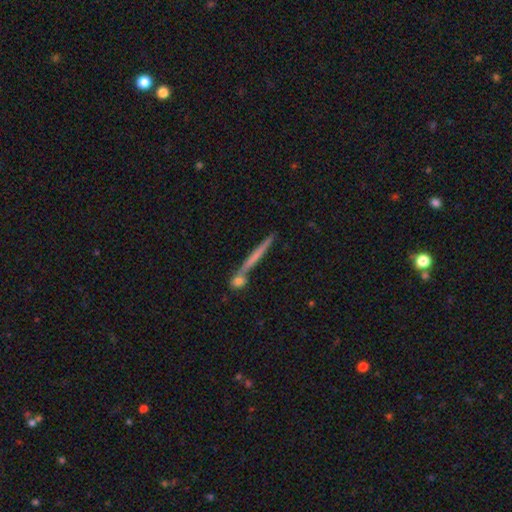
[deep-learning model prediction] The model was most divided on "smooth or featured": smooth: 50%, featured or disk: 42%, star or artifact: 7%. More confident: how rounded — cigar-shaped (94%); merging — none (67%).